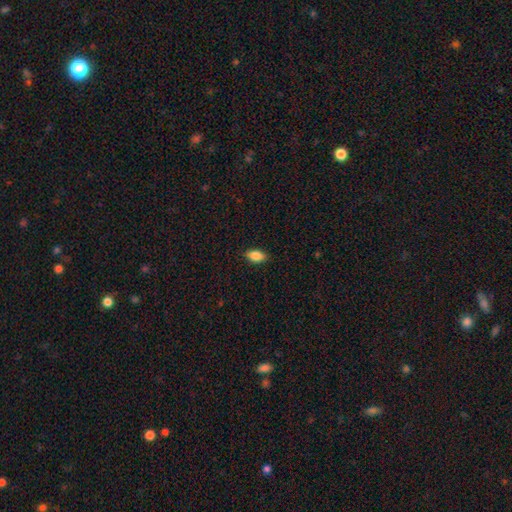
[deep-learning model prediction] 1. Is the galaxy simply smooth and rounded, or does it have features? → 85% smooth, 8% star or artifact, 7% featured or disk.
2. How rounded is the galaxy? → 90% in between, 5% round, 5% cigar-shaped.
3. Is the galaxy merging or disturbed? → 87% none, 10% minor disturbance, 2% major disturbance, 1% merger.